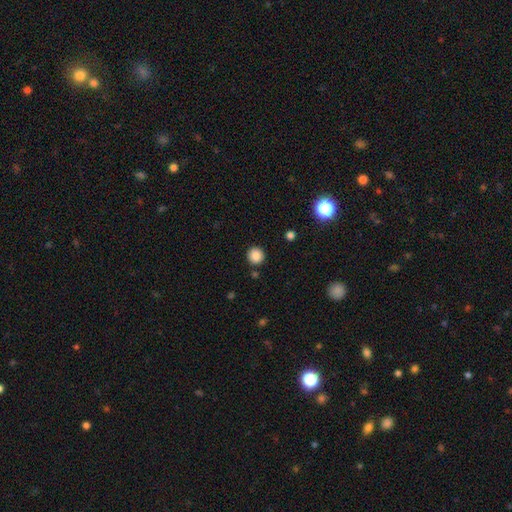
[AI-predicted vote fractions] smooth_or_featured: smooth (p=0.86) [alt: star or artifact p=0.11]
how_rounded: round (p=0.94) [alt: in between p=0.05]
merging: none (p=0.89) [alt: minor disturbance p=0.06]